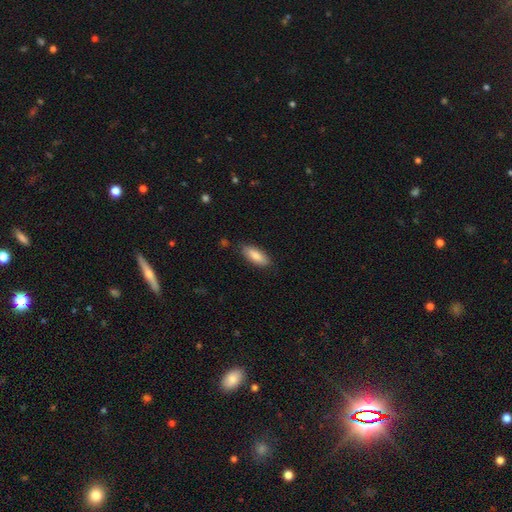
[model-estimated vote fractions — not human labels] Smooth or featured? smooth (84%)
How rounded? in between (73%)
Merging? none (83%)